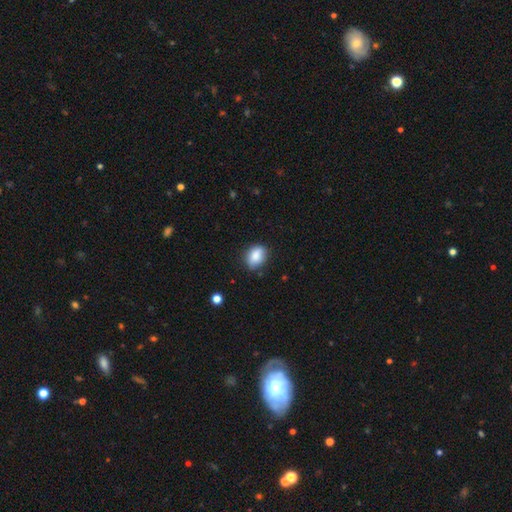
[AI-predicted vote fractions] Smooth or featured? smooth (86%)
How rounded? in between (71%)
Merging? none (77%)